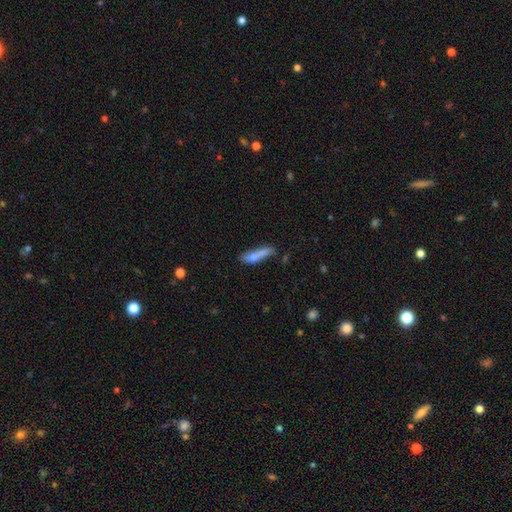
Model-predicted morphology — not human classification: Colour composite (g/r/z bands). It shows a smooth galaxy with no disk features (69%) that is cigar-shaped (74%). Merging: none (47%).